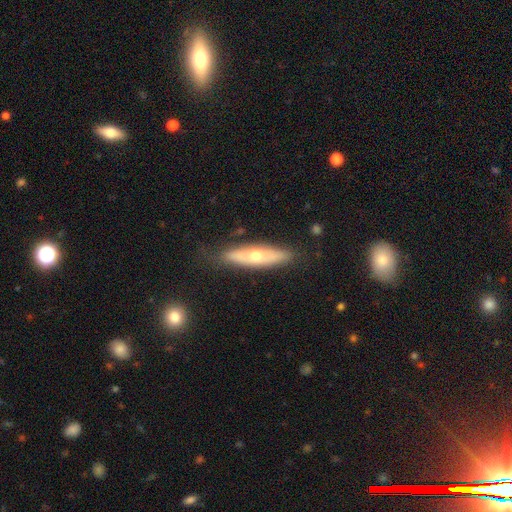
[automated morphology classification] Smooth or featured?
  - featured or disk: 49% *
  - smooth: 45%
  - star or artifact: 6%
Merging?
  - none: 79% *
  - minor disturbance: 16%
  - major disturbance: 4%
  - merger: 2%